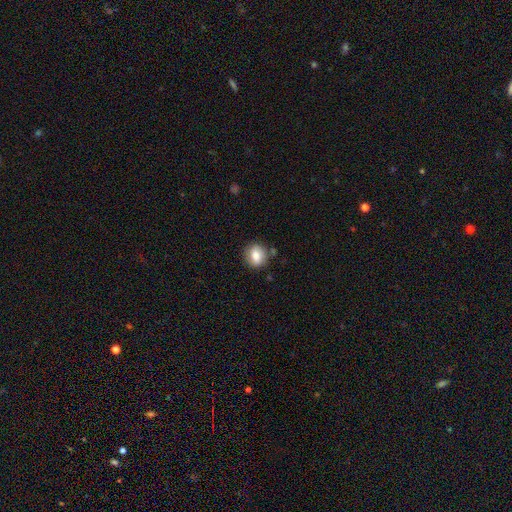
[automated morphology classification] smooth-or-featured: smooth: 78% | featured or disk: 13% | star or artifact: 8%
  how-rounded: round: 72% | in between: 27% | cigar-shaped: 1%
  merging: none: 79% | minor disturbance: 13% | merger: 4% | major disturbance: 4%